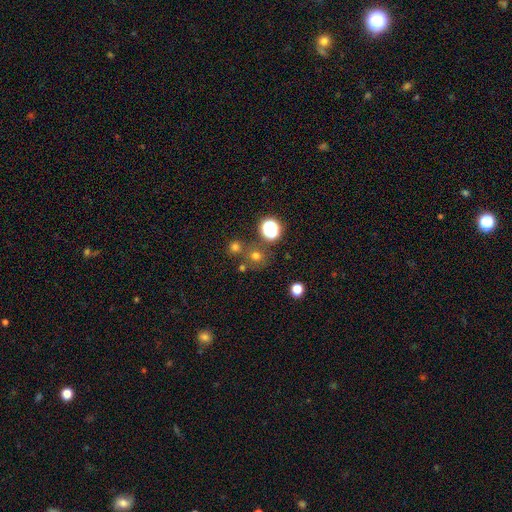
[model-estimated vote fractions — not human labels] smooth-or-featured: smooth: 64% | star or artifact: 26% | featured or disk: 10%
  how-rounded: round: 86% | in between: 13% | cigar-shaped: 1%
  merging: none: 66% | merger: 20% | minor disturbance: 9% | major disturbance: 4%